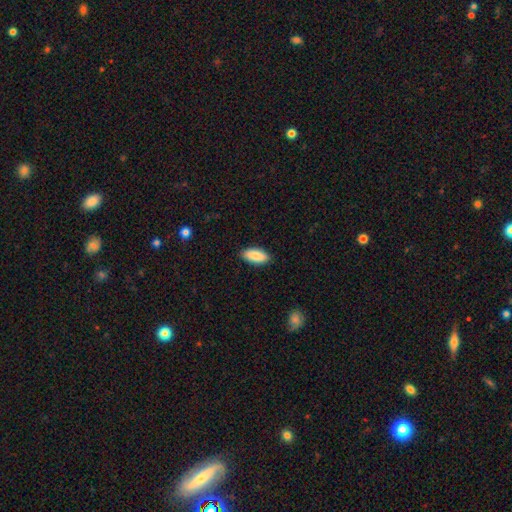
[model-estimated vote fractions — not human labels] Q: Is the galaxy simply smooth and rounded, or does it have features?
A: smooth — 89%.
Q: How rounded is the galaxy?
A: in between — 84%.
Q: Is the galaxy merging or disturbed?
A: none — 89%.